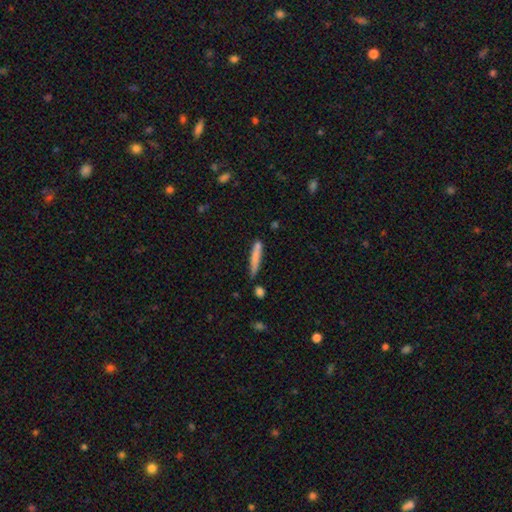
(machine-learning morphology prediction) Smooth or featured? smooth (74%)
How rounded? cigar-shaped (93%)
Merging? none (68%)